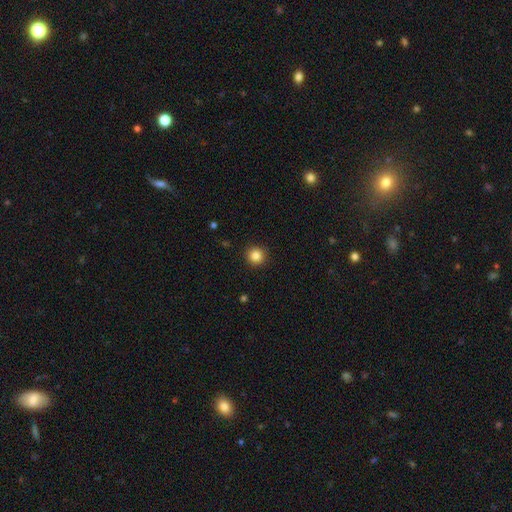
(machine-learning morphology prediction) smooth 85%, star or artifact 11%, featured or disk 4%. Down the decision tree: how rounded — round (94%); merging — none (92%).